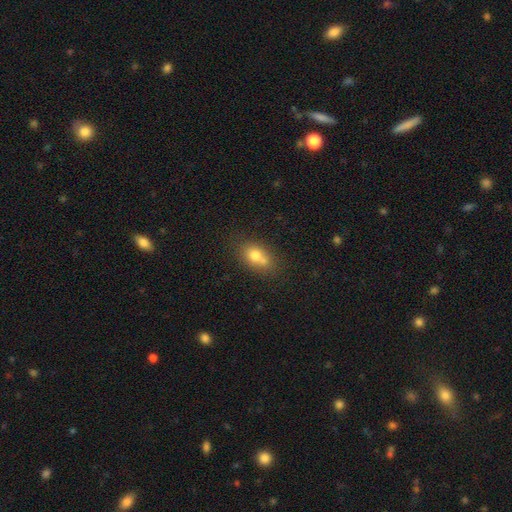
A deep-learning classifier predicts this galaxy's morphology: type=smooth (73%); roundness=in between (69%); merging=none (41%).